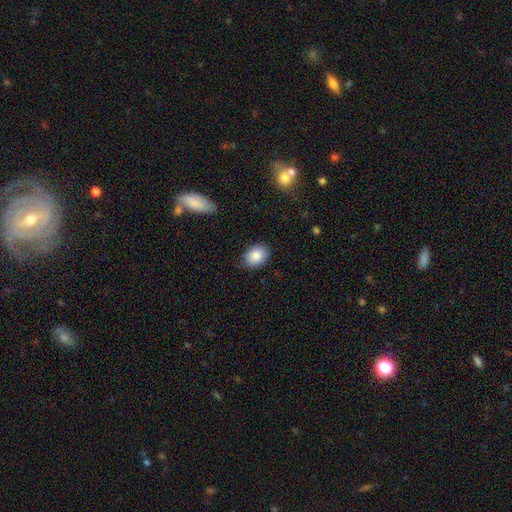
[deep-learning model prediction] A smooth galaxy with no disk features (86%) that is in between round and cigar-shaped (71%).

Vote fractions:
- Smooth or featured? smooth: 86% / star or artifact: 7% / featured or disk: 6%
- How rounded? in between: 71% / round: 28% / cigar-shaped: 1%
- Merging? none: 86% / minor disturbance: 11% / major disturbance: 2% / merger: 1%